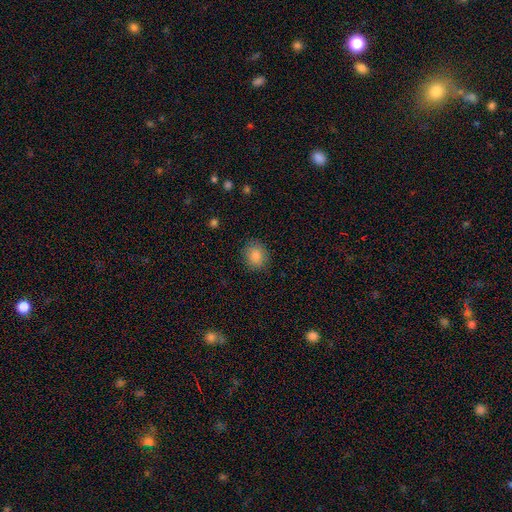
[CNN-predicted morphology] A smooth galaxy with no disk features (86%) that is round (71%). Merging: none (87%).